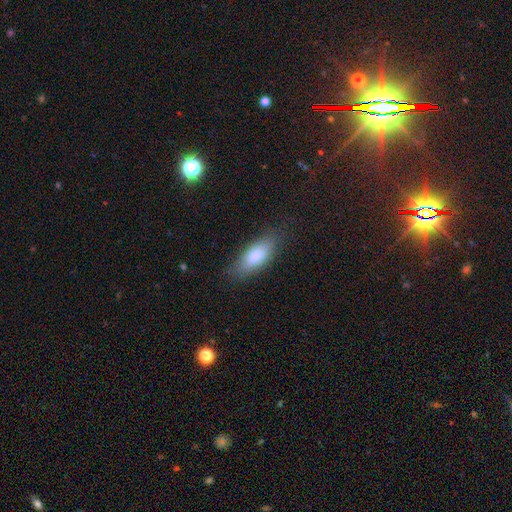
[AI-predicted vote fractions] Smooth or featured?
  - smooth: 82% *
  - featured or disk: 12%
  - star or artifact: 6%
How rounded?
  - in between: 79% *
  - cigar-shaped: 19%
  - round: 2%
Merging?
  - none: 78% *
  - minor disturbance: 16%
  - major disturbance: 5%
  - merger: 1%